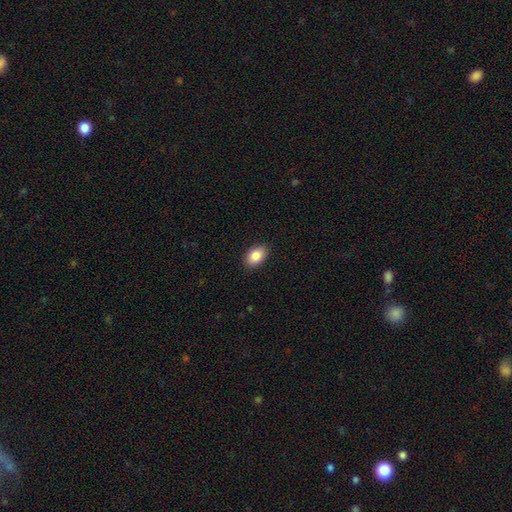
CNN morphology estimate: This is clearly a smooth galaxy (87%). How rounded: clearly in between (87%). Merging: clearly none (89%).